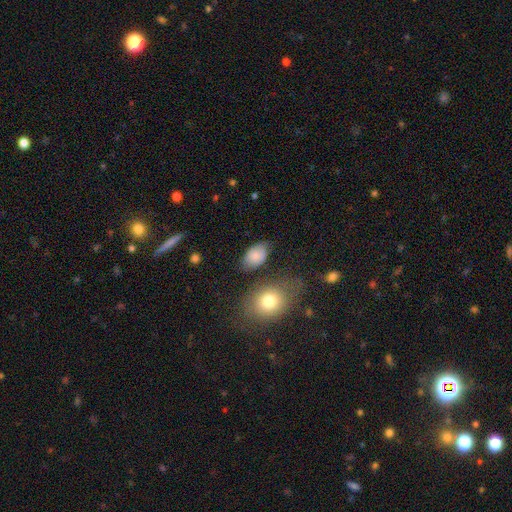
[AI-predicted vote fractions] This is likely a smooth galaxy (80%). How rounded: clearly in between (87%). Merging: likely none (71%).